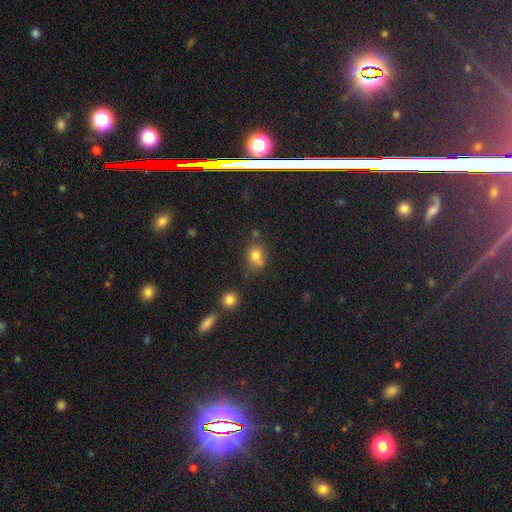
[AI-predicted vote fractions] Q: Smooth or featured?
A: smooth (77%); runner-up: star or artifact (13%)
Q: How rounded?
A: round (55%); runner-up: in between (44%)
Q: Merging?
A: none (55%); runner-up: minor disturbance (20%)